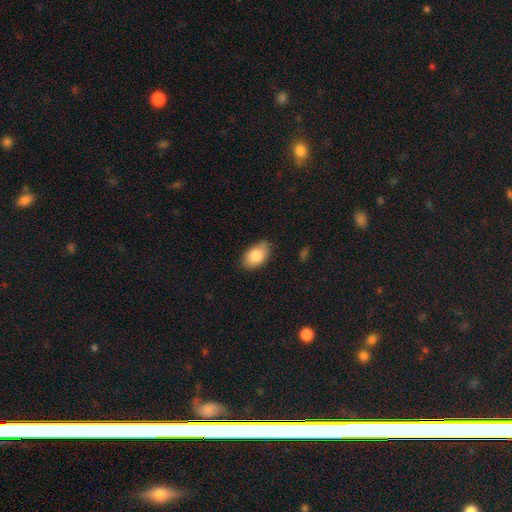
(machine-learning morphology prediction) Smooth or featured: smooth — 84% (featured or disk — 9%)
How rounded: in between — 91% (round — 7%)
Merging: none — 78% (minor disturbance — 18%)